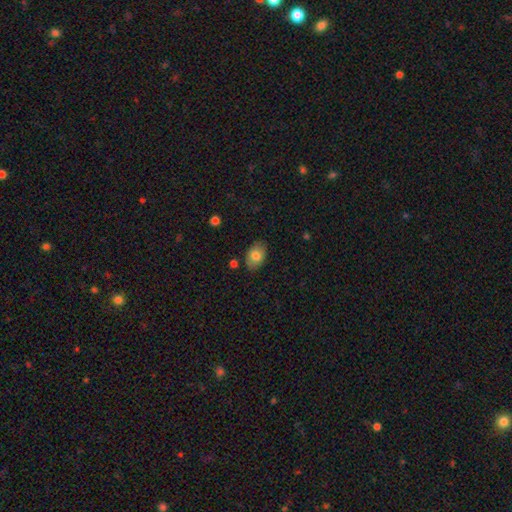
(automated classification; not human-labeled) This is likely a smooth galaxy (79%). How rounded: clearly in between (86%). Merging: clearly none (85%).